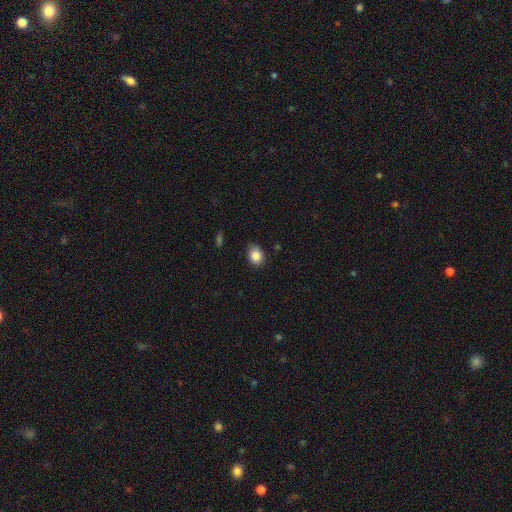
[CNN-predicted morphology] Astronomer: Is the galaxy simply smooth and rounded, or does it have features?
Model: smooth — 85%.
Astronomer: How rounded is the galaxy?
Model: in between — 61% (runner-up: round, 38%).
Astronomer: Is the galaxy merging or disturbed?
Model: none — 79%.